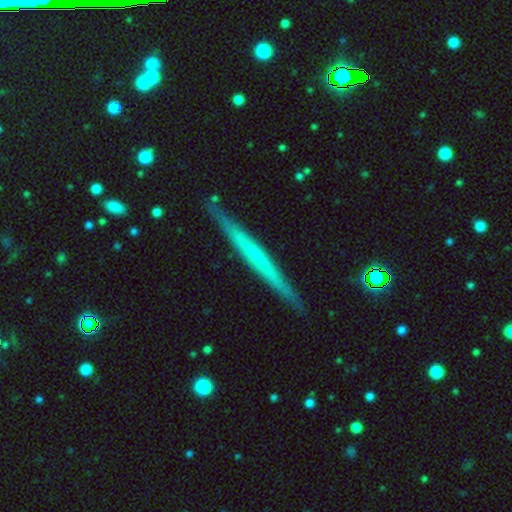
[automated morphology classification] A featured or disk galaxy (57%) viewed edge-on (97%) with no central bulge (86%). Merging: none (90%).